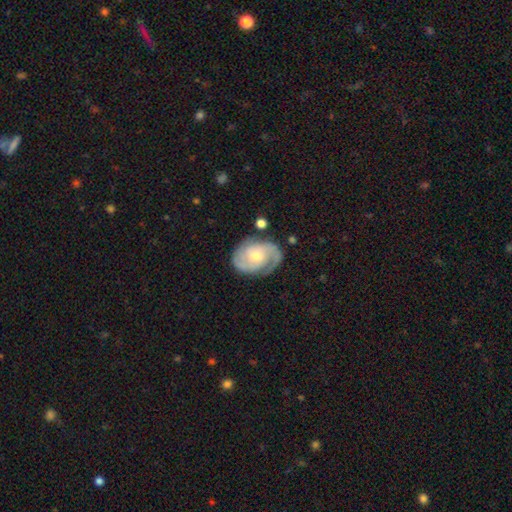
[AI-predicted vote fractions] smooth_or_featured: featured or disk (p=0.83) [alt: smooth p=0.12]
disk_edge_on: no (p=0.97) [alt: yes p=0.03]
bar: no (p=0.60) [alt: weak p=0.34]
has_spiral_arms: yes (p=0.96) [alt: no p=0.04]
spiral_winding: tight (p=0.49) [alt: medium p=0.40]
spiral_arm_count: 2 (p=0.71) [alt: can't tell p=0.11]
bulge_size: moderate (p=0.56) [alt: small p=0.37]
merging: none (p=0.74) [alt: minor disturbance p=0.17]